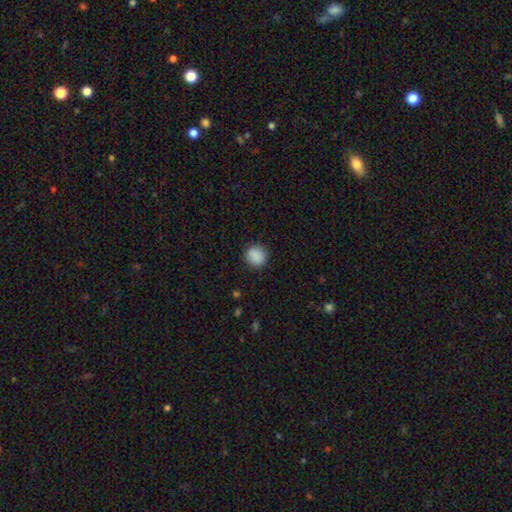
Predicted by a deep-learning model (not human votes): This is clearly a smooth galaxy (89%). How rounded: clearly round (86%). Merging: clearly none (90%).